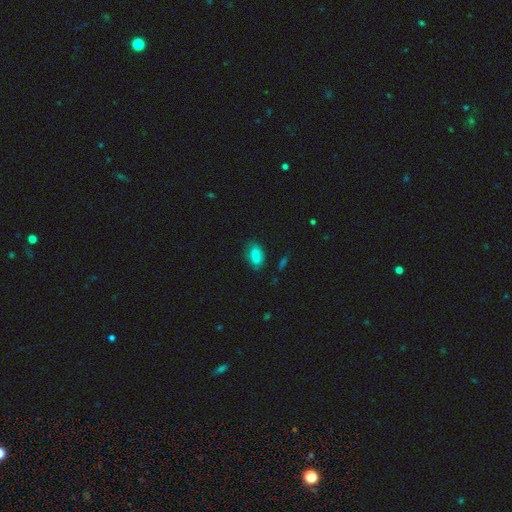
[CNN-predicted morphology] Smooth or featured? smooth (84%)
How rounded? in between (88%)
Merging? none (72%)